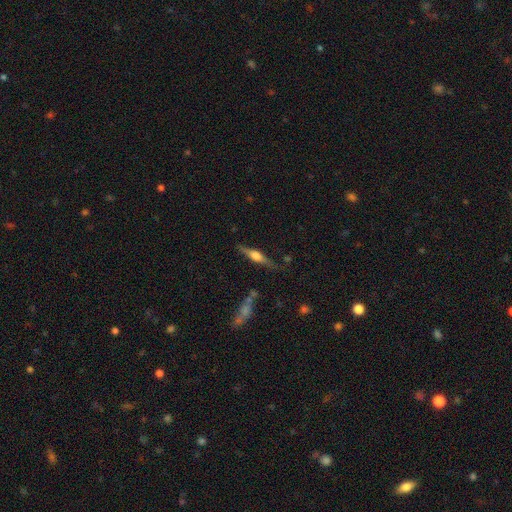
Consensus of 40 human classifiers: smooth-or-featured: featured or disk: 62% | smooth: 35% | star or artifact: 2%
  disk-edge-on: yes: 100% | no: 0%
    edge-on-bulge: rounded: 84% | boxy: 16% | none: 0%
  merging: none: 77% | minor disturbance: 21% | major disturbance: 3% | merger: 0%